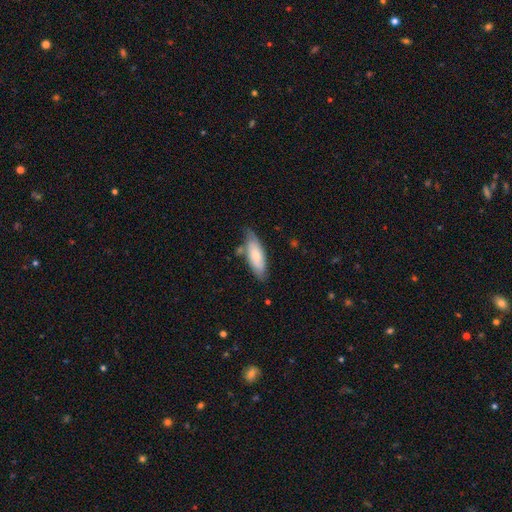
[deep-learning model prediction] The model was most divided on "how rounded": in between: 66%, cigar-shaped: 33%, round: 2%. More confident: smooth or featured — smooth (71%); merging — none (62%).